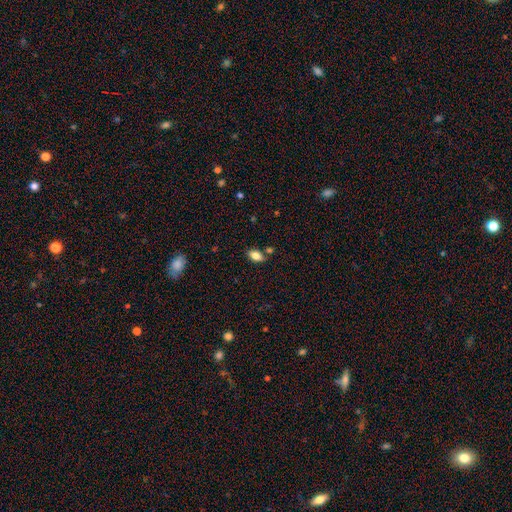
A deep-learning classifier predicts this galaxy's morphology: A smooth galaxy with no disk features (79%) that is in between round and cigar-shaped (90%). Merging: none (76%).